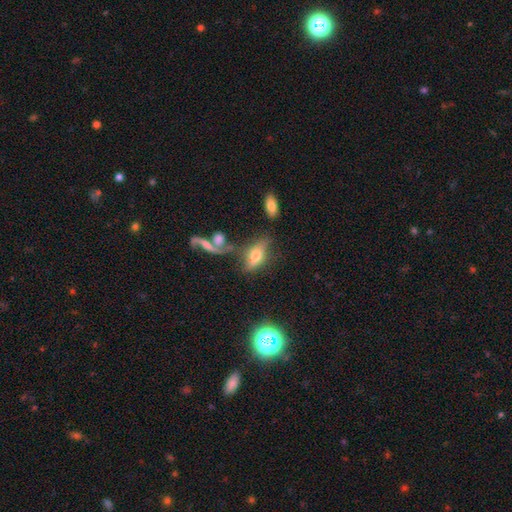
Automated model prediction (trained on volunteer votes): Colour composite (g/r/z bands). It shows a smooth galaxy with no disk features (51%) that is in between round and cigar-shaped (79%). Merging: none (49%).